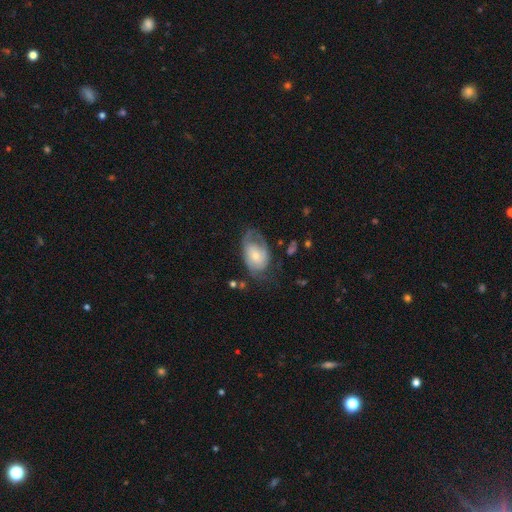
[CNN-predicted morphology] A featured or disk galaxy (51%). Merging: none (40%).